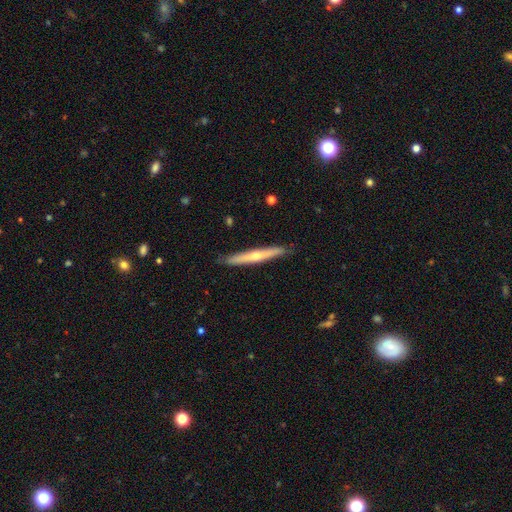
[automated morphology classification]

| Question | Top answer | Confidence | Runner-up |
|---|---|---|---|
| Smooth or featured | featured or disk | 55% | smooth (39%) |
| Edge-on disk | yes | 95% | no (5%) |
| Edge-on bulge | rounded | 70% | none (27%) |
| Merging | none | 89% | minor disturbance (9%) |